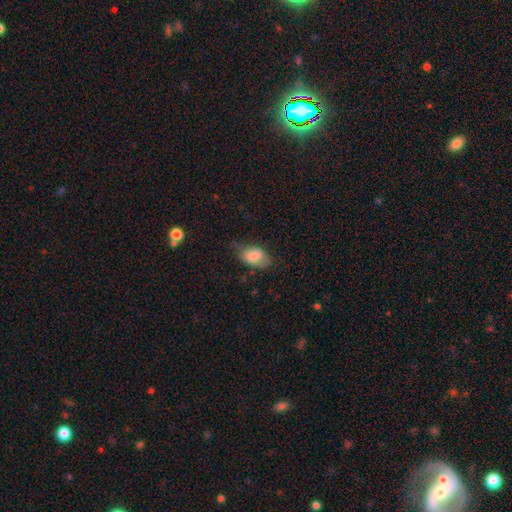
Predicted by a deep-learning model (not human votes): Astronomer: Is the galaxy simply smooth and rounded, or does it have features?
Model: smooth — 77%.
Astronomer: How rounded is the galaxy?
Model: in between — 89%.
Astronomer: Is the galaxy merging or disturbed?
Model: none — 53% (runner-up: minor disturbance, 33%).